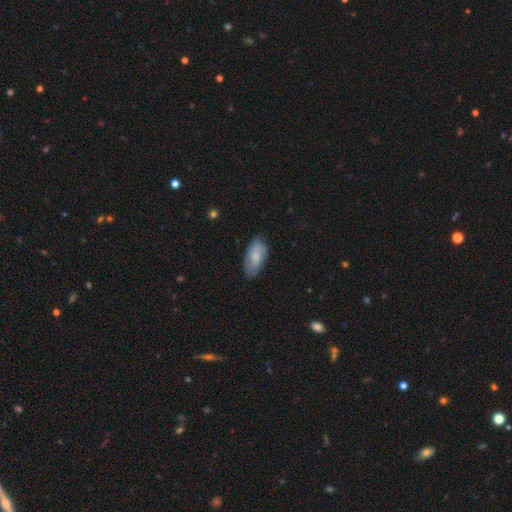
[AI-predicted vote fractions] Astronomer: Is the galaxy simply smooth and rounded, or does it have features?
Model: smooth — 68%.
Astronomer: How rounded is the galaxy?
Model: in between — 91%.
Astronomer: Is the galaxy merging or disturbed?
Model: none — 73%.